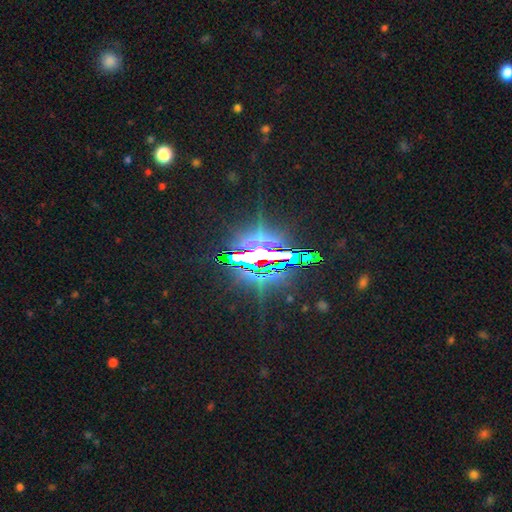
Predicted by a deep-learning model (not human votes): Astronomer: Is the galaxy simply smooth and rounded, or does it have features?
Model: star or artifact — 83%.